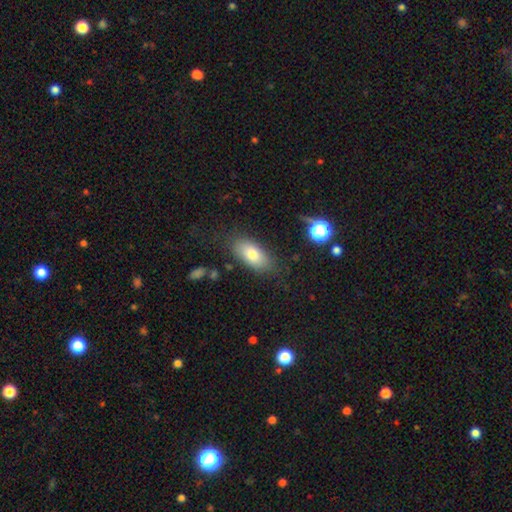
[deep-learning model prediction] Q: Smooth or featured?
A: smooth (77%); runner-up: featured or disk (15%)
Q: How rounded?
A: in between (89%); runner-up: cigar-shaped (7%)
Q: Merging?
A: none (78%); runner-up: minor disturbance (15%)